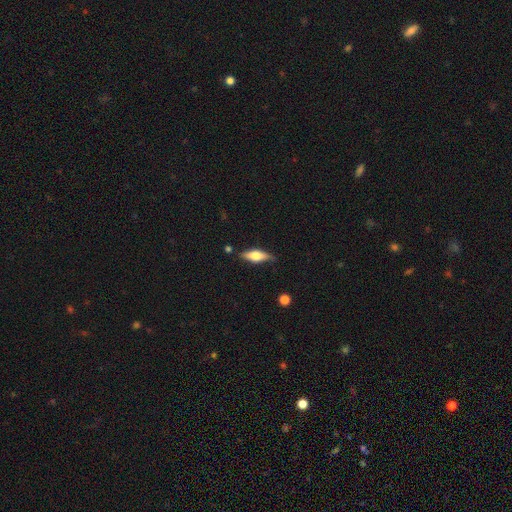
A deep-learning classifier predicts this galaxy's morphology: smooth 50%, featured or disk 44%, star or artifact 6%. Down the decision tree: merging — none (77%).